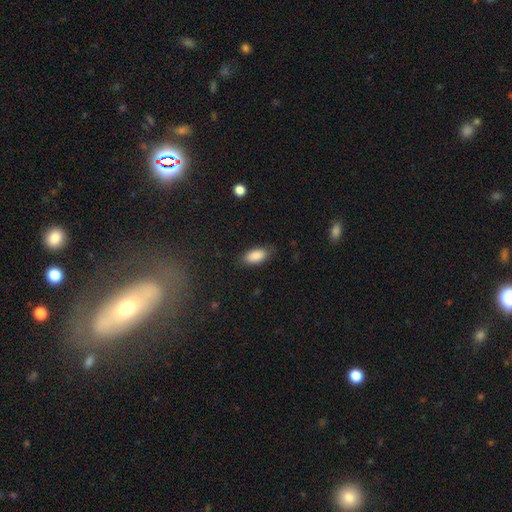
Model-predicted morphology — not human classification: A smooth galaxy with no disk features (88%) that is in between round and cigar-shaped (91%). Merging: none (82%).